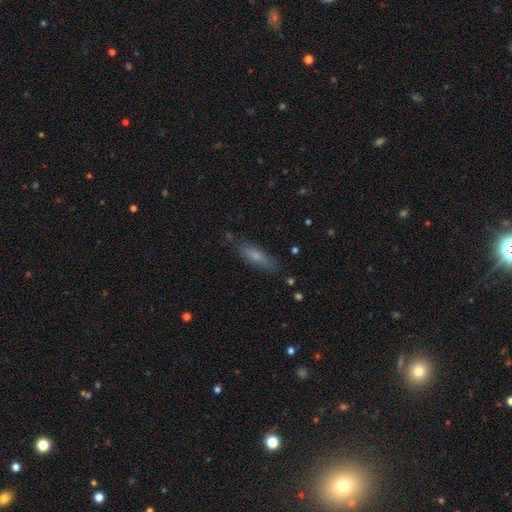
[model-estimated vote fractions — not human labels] Overall: smooth (66%). How rounded: cigar-shaped (67%; in between 31%). Merging: none (79%).